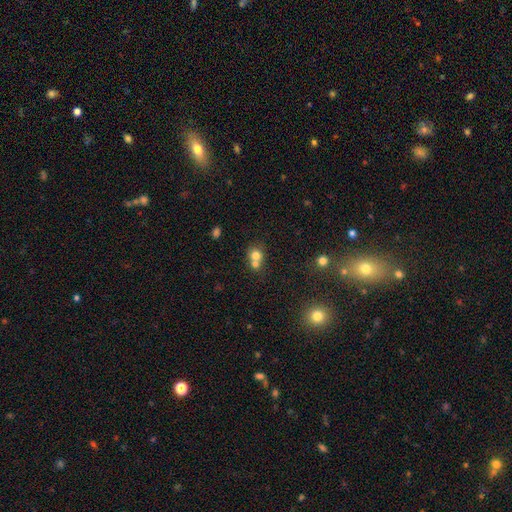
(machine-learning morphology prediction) Smooth or featured? Predicted: smooth (p=0.74). How rounded? Predicted: round (p=0.80). Merging? Predicted: merger (p=0.57).